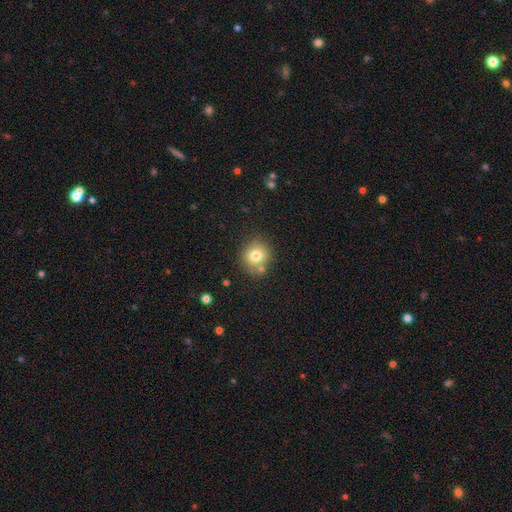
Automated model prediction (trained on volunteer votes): smooth_or_featured: smooth (p=0.77) [alt: star or artifact p=0.11]
how_rounded: round (p=0.88) [alt: in between p=0.11]
merging: none (p=0.72) [alt: merger p=0.13]